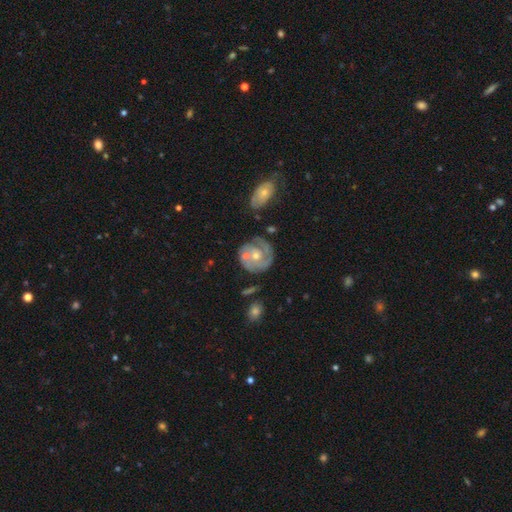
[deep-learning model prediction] Morphology: type=featured or disk (82%); edge-on=no (98%); bar=no (75%); spiral arms=yes (92%); winding=tight (68%); arm count=2 (43%); bulge=moderate (57%); merging=none (62%).